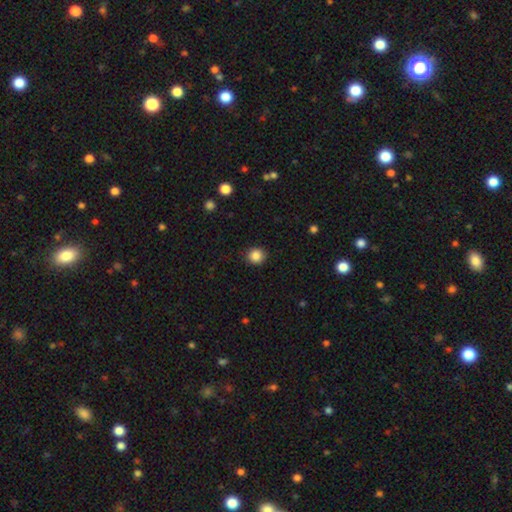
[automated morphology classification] A smooth galaxy with no disk features (86%) that is round (89%).

Vote fractions:
- Smooth or featured? smooth: 86% / star or artifact: 10% / featured or disk: 4%
- How rounded? round: 89% / in between: 10% / cigar-shaped: 1%
- Merging? none: 90% / minor disturbance: 7% / major disturbance: 2% / merger: 1%